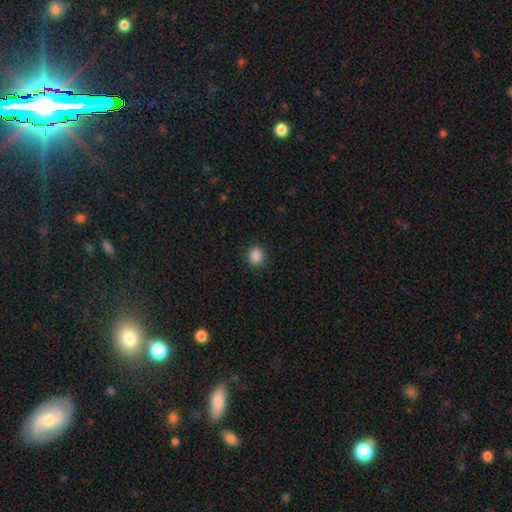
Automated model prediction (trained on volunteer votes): Smooth or featured: smooth — 87% (star or artifact — 10%)
How rounded: round — 81% (in between — 18%)
Merging: none — 89% (minor disturbance — 8%)